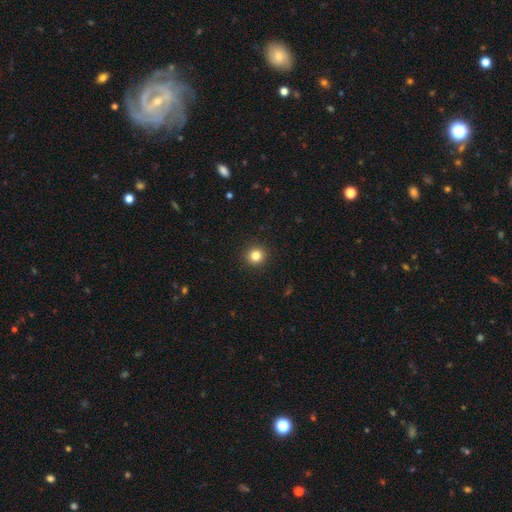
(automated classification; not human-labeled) Smooth or featured: smooth — 82% (star or artifact — 12%)
How rounded: round — 93% (in between — 6%)
Merging: none — 93% (minor disturbance — 4%)